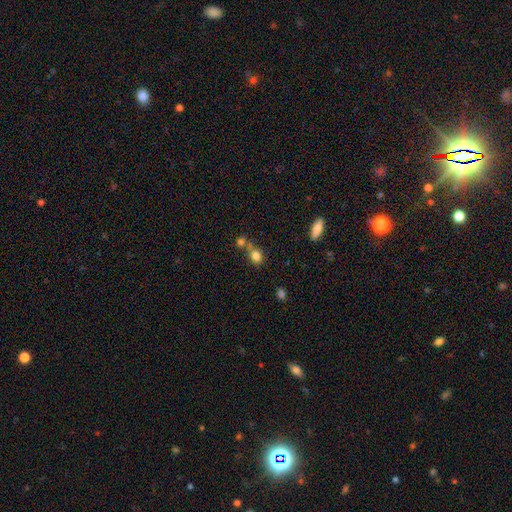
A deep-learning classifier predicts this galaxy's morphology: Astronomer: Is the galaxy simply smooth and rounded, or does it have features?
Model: smooth — 80%.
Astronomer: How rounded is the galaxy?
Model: round — 55% (runner-up: in between, 43%).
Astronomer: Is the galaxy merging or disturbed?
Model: none — 44% (runner-up: merger, 38%).